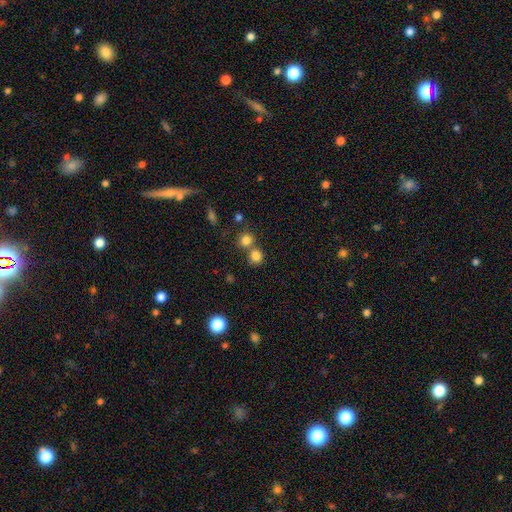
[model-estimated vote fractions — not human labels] Smooth or featured? Predicted: smooth (p=0.80). How rounded? Predicted: round (p=0.86). Merging? Predicted: none (p=0.57).